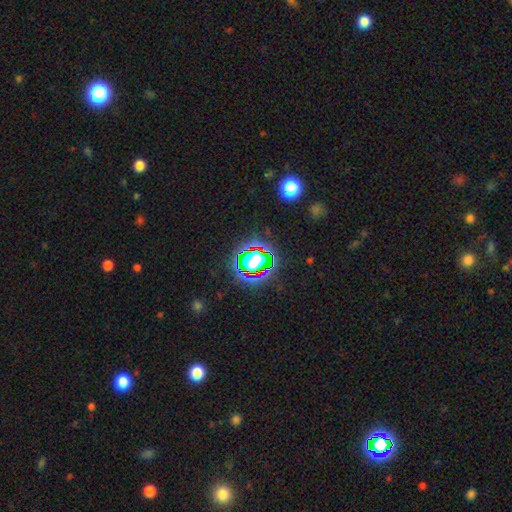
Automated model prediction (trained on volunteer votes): Smooth or featured?
  - star or artifact: 79% *
  - smooth: 13%
  - featured or disk: 8%